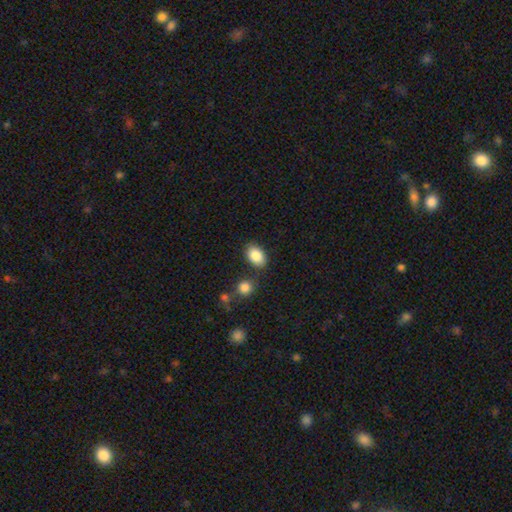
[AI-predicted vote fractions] The model was most divided on "merging": none: 79%, minor disturbance: 12%, merger: 6%, major disturbance: 3%. More confident: smooth or featured — smooth (87%); how rounded — in between (87%).